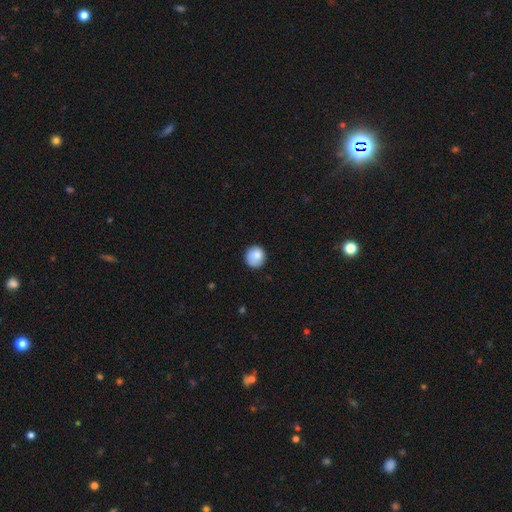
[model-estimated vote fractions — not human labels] smooth_or_featured: smooth (p=0.85) [alt: star or artifact p=0.08]
how_rounded: round (p=0.89) [alt: in between p=0.10]
merging: none (p=0.80) [alt: minor disturbance p=0.15]